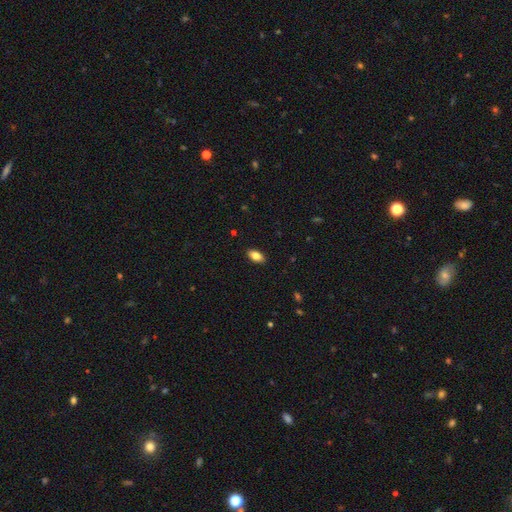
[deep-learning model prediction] smooth_or_featured: smooth (p=0.80) [alt: featured or disk p=0.12]
how_rounded: in between (p=0.91) [alt: cigar-shaped p=0.05]
merging: none (p=0.90) [alt: minor disturbance p=0.08]